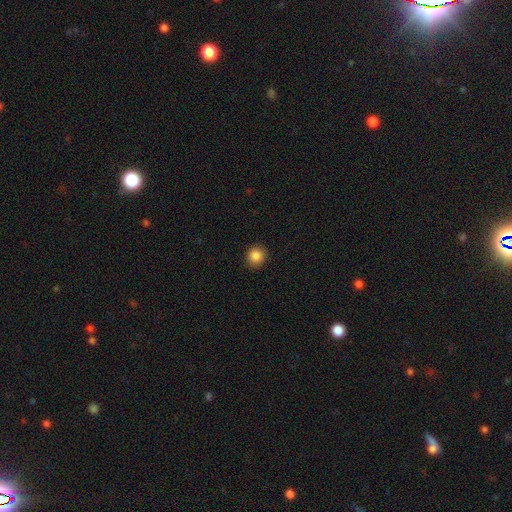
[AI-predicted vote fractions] This appears to be a smooth galaxy with no disk features (86%) that is round (88%). Merging: none (91%).